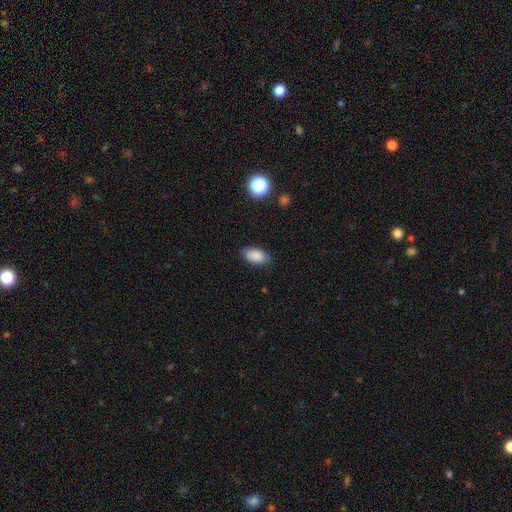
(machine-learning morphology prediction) smooth-or-featured: smooth: 87% | star or artifact: 8% | featured or disk: 5%
  how-rounded: in between: 93% | round: 5% | cigar-shaped: 2%
  merging: none: 83% | minor disturbance: 13% | major disturbance: 3% | merger: 1%